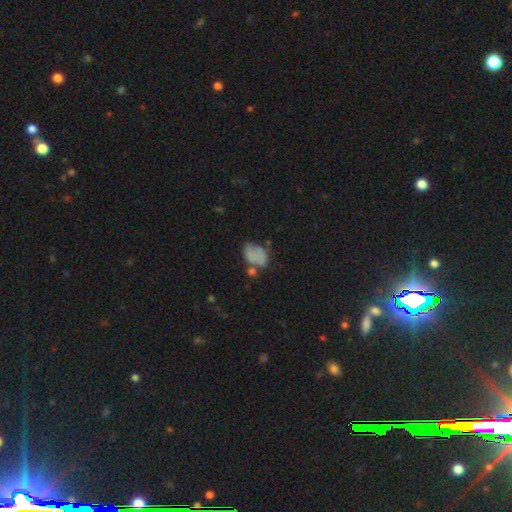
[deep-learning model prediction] Smooth or featured?
  - smooth: 65% *
  - featured or disk: 23%
  - star or artifact: 12%
How rounded?
  - in between: 84% *
  - round: 15%
  - cigar-shaped: 1%
Merging?
  - none: 35% *
  - minor disturbance: 24%
  - merger: 22%
  - major disturbance: 18%